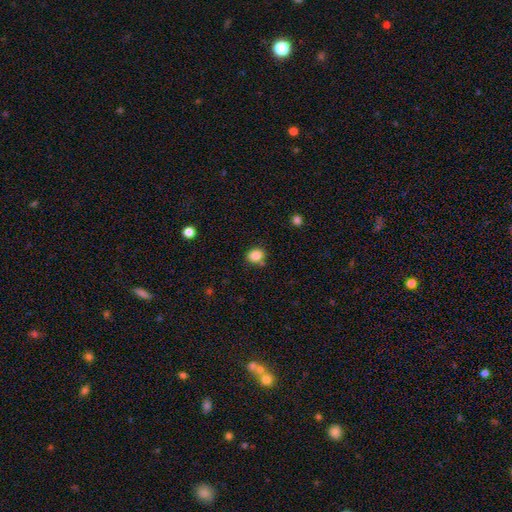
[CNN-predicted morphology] smooth-or-featured: smooth: 85% | star or artifact: 10% | featured or disk: 4%
  how-rounded: round: 56% | in between: 43% | cigar-shaped: 1%
  merging: none: 71% | minor disturbance: 16% | merger: 8% | major disturbance: 4%